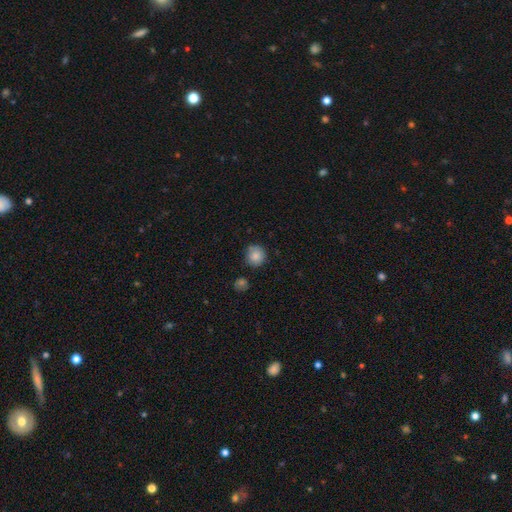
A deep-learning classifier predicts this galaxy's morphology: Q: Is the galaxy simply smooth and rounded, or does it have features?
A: smooth — 85%.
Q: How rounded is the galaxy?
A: round — 90%.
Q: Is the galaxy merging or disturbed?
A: none — 78%.